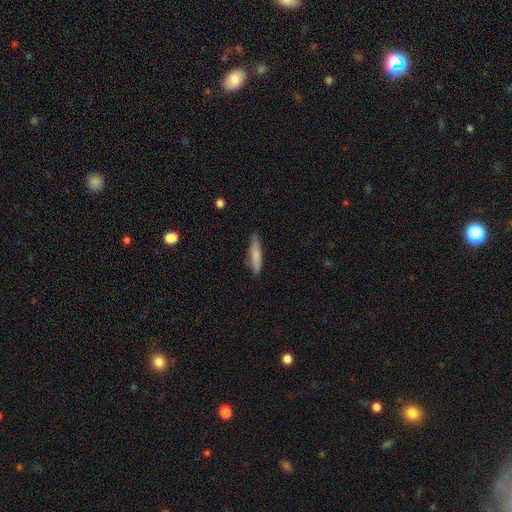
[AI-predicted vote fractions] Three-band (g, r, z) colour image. It shows a smooth galaxy with no disk features (76%) that is cigar-shaped (85%). Merging: none (82%).